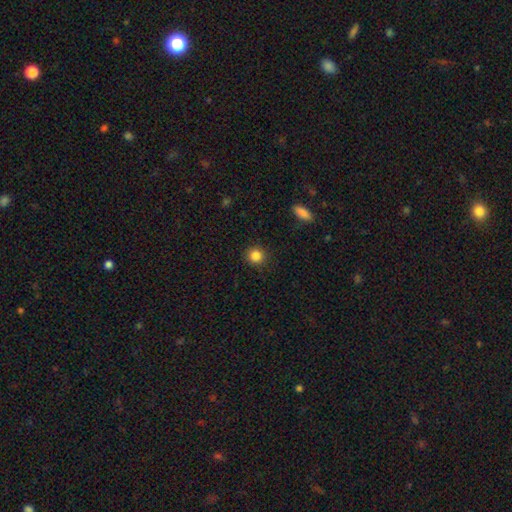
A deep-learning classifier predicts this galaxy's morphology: This is clearly a smooth galaxy (85%). How rounded: clearly round (92%). Merging: clearly none (91%).